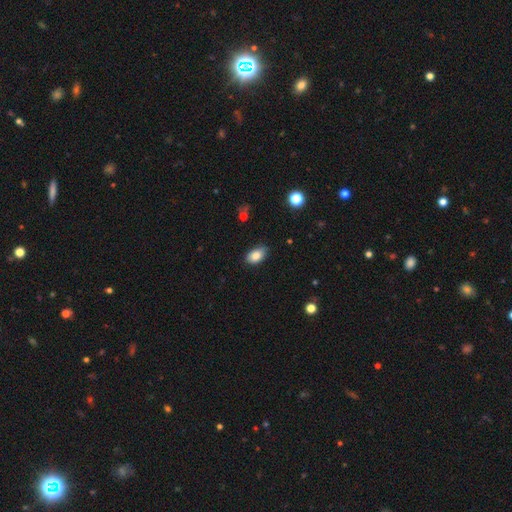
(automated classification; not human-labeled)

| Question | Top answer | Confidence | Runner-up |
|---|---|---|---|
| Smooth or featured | smooth | 84% | featured or disk (8%) |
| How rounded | in between | 91% | round (7%) |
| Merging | none | 81% | minor disturbance (16%) |